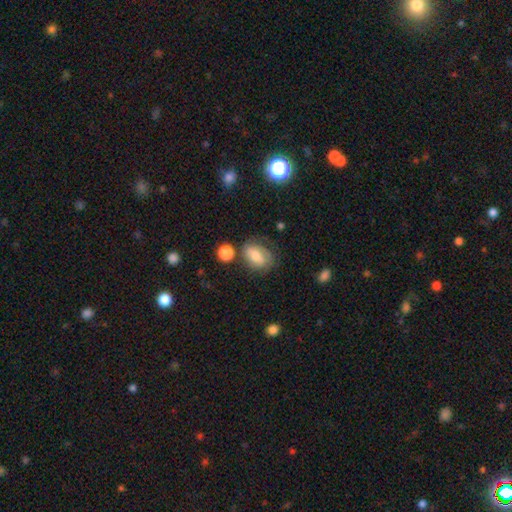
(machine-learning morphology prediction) smooth_or_featured: smooth (p=0.57) [alt: featured or disk p=0.33]
how_rounded: in between (p=0.75) [alt: round p=0.23]
merging: none (p=0.58) [alt: minor disturbance p=0.24]